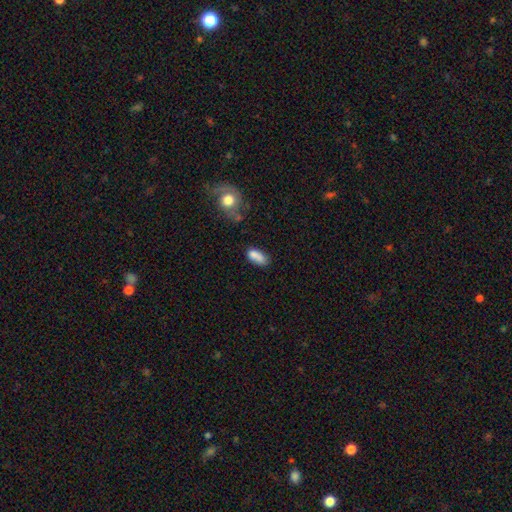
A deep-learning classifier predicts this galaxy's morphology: Smooth or featured? smooth (82%)
How rounded? in between (83%)
Merging? none (55%)